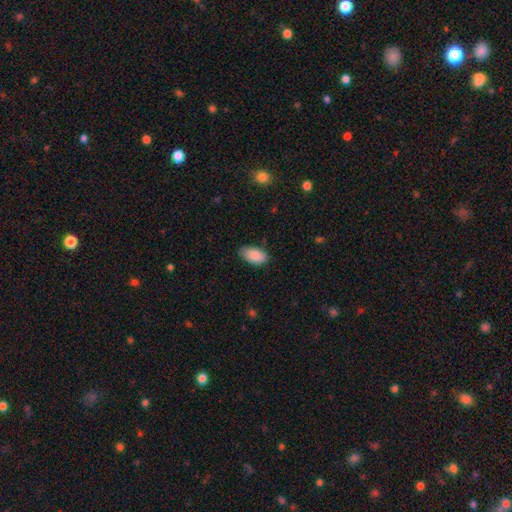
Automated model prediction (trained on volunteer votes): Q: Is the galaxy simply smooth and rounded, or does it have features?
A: smooth — 87%.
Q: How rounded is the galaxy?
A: in between — 95%.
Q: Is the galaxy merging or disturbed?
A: none — 79%.